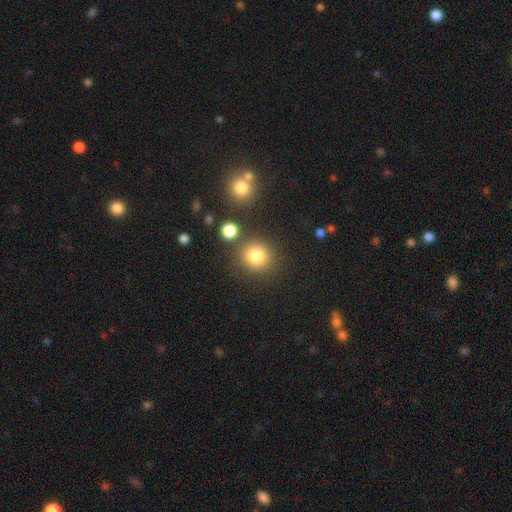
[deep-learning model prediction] A smooth galaxy with no disk features (81%) that is round (86%). Merging: none (80%).